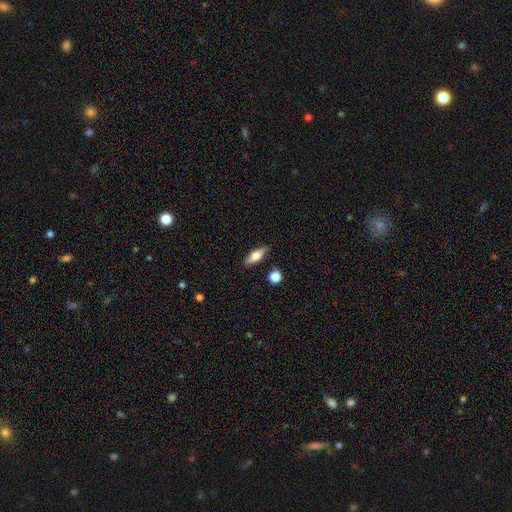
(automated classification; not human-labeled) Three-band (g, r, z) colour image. It shows a smooth galaxy with no disk features (55%) that is in between round and cigar-shaped (55%). Merging: none (85%).